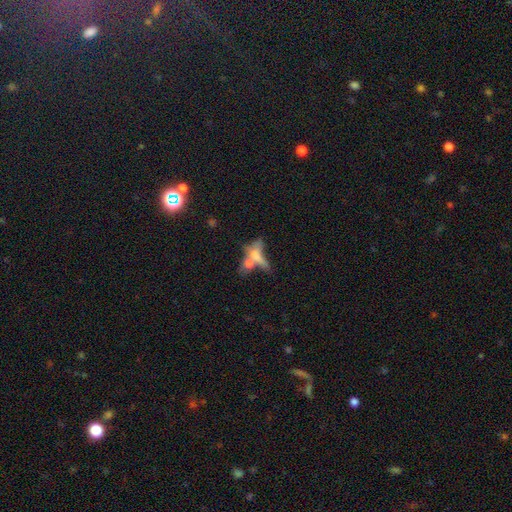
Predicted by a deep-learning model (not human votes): The model was most divided on "how rounded": in between: 55%, cigar-shaped: 34%, round: 11%. More confident: smooth or featured — smooth (56%); merging — merger (54%).